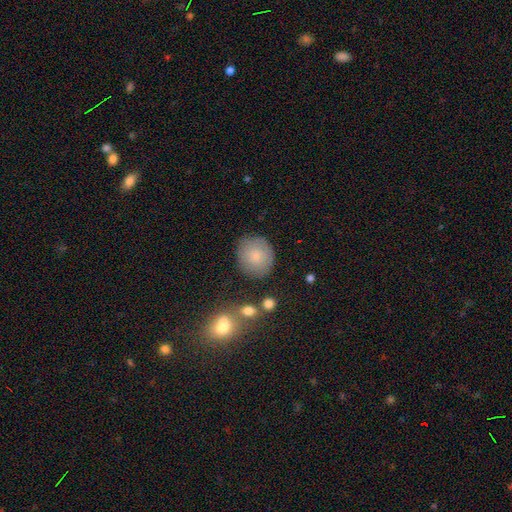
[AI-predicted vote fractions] Overall: smooth (81%). How rounded: round (83%). Merging: none (80%).